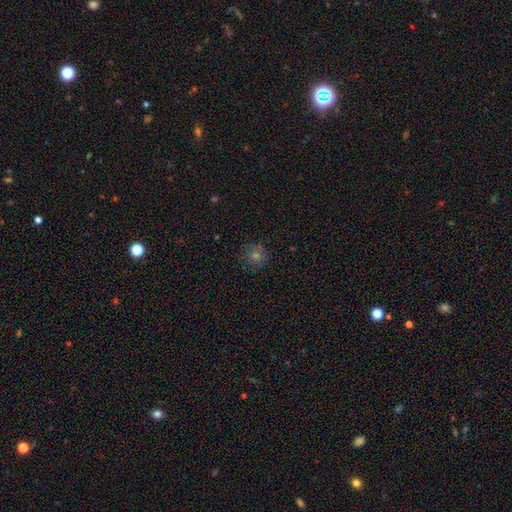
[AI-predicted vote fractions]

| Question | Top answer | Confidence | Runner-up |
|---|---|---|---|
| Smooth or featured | smooth | 59% | star or artifact (23%) |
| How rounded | round | 92% | in between (7%) |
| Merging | none | 84% | minor disturbance (11%) |